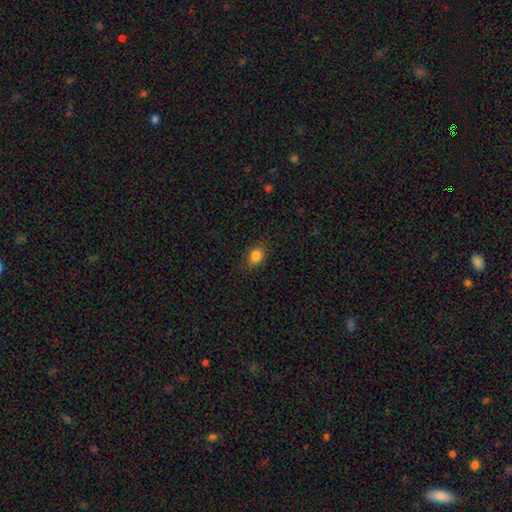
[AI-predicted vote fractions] A smooth galaxy with no disk features (84%) that is in between round and cigar-shaped (64%).

Vote fractions:
- Smooth or featured? smooth: 84% / star or artifact: 11% / featured or disk: 5%
- How rounded? in between: 64% / round: 35% / cigar-shaped: 1%
- Merging? none: 86% / minor disturbance: 10% / major disturbance: 3% / merger: 1%